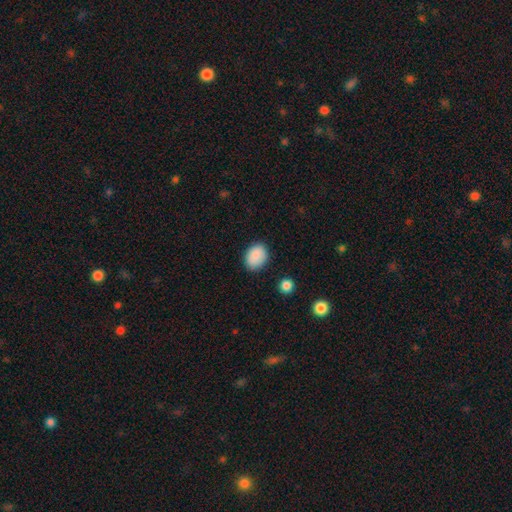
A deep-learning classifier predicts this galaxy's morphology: Smooth or featured?
  - smooth: 88% *
  - star or artifact: 7%
  - featured or disk: 5%
How rounded?
  - in between: 63% *
  - round: 36%
  - cigar-shaped: 1%
Merging?
  - none: 82% *
  - minor disturbance: 13%
  - major disturbance: 3%
  - merger: 2%